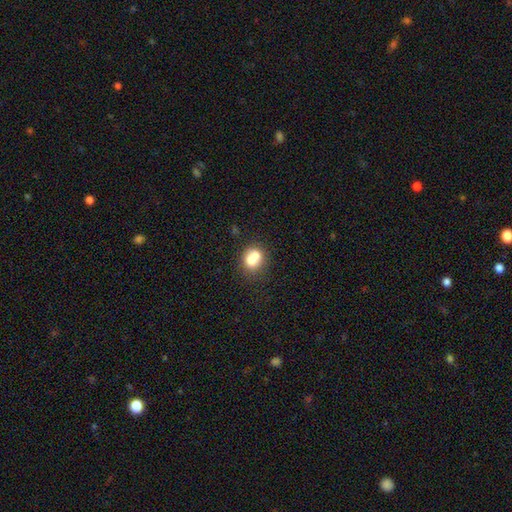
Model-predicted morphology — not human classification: smooth_or_featured: smooth (p=0.70) [alt: featured or disk p=0.20]
how_rounded: round (p=0.72) [alt: in between p=0.27]
merging: merger (p=0.52) [alt: none p=0.35]